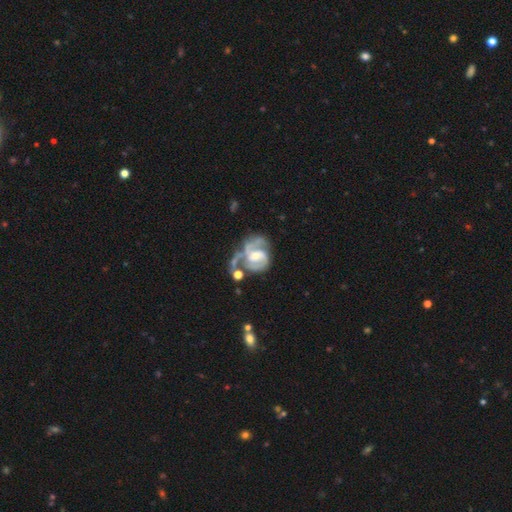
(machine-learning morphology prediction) Smooth or featured? Predicted: featured or disk (p=0.83). Edge-on disk? Predicted: no (p=0.98). Bar? Predicted: no (p=0.47). Spiral arms? Predicted: yes (p=0.88). Spiral winding? Predicted: medium (p=0.44). Spiral arm count? Predicted: 2 (p=0.58). Bulge size? Predicted: small (p=0.48). Merging? Predicted: major disturbance (p=0.32).